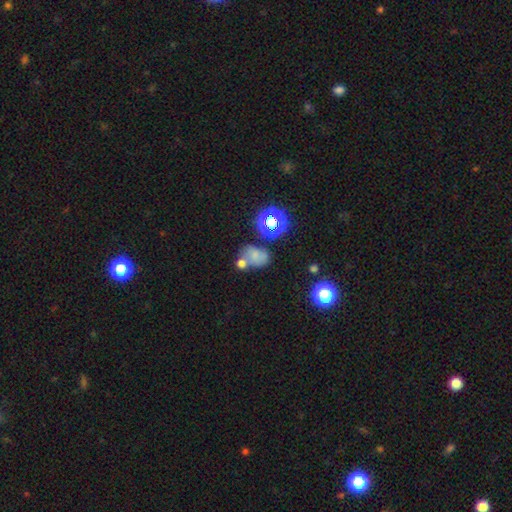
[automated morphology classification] smooth 60%, star or artifact 23%, featured or disk 16%. Down the decision tree: how rounded — in between (68%); merging — none (39%).